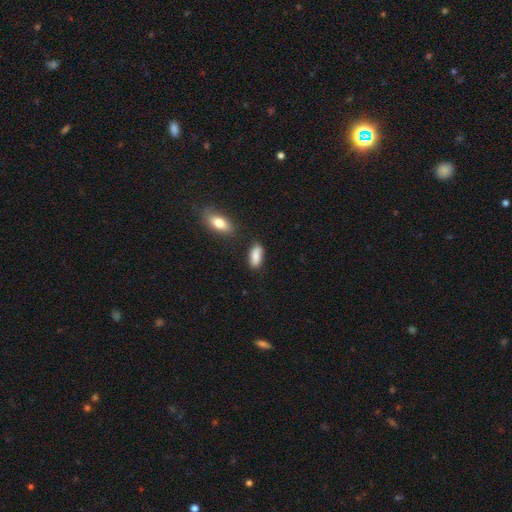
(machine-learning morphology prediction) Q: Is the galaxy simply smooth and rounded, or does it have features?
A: smooth — 82%.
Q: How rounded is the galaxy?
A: in between — 82%.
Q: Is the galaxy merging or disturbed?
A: none — 73%.